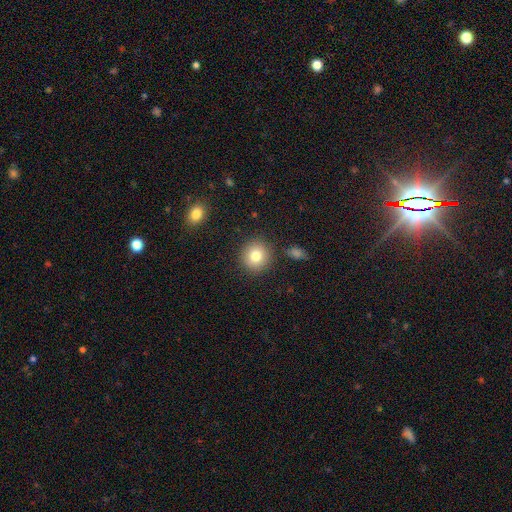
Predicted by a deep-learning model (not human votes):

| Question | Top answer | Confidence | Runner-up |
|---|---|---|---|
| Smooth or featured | smooth | 80% | star or artifact (10%) |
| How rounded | round | 91% | in between (8%) |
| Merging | none | 88% | minor disturbance (7%) |